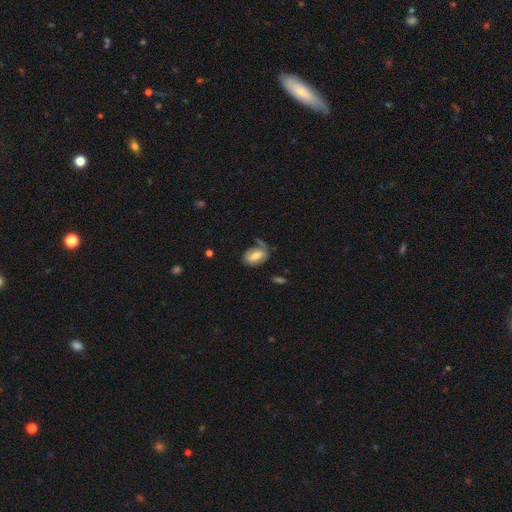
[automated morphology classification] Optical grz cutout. It shows a smooth galaxy with no disk features (64%) that is in between round and cigar-shaped (87%). Merging: none (50%).